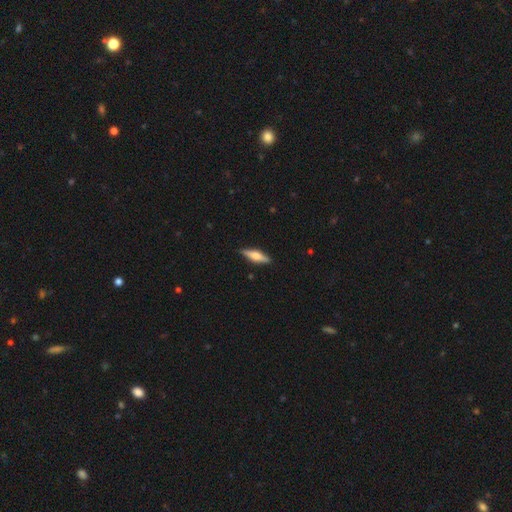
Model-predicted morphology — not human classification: Overall: featured or disk (50%; smooth 44%). Edge-on disk: yes (95%). Merging: none (88%).